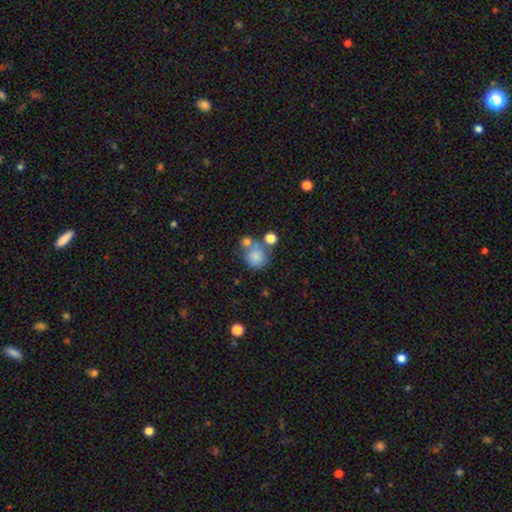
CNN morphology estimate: Q: Smooth or featured?
A: smooth (78%); runner-up: featured or disk (11%)
Q: How rounded?
A: round (82%); runner-up: in between (17%)
Q: Merging?
A: none (46%); runner-up: merger (32%)